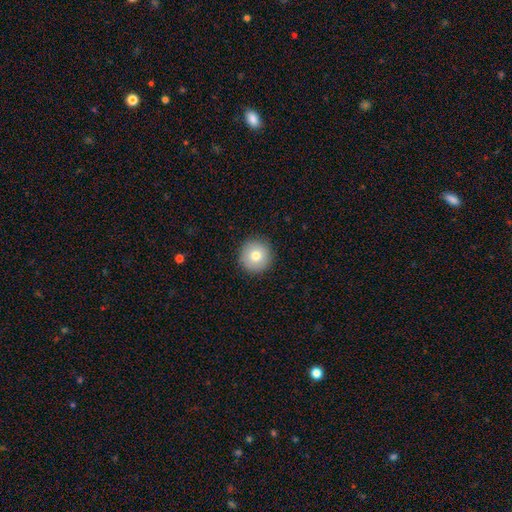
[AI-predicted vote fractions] This is likely a smooth galaxy (78%). How rounded: clearly round (96%). Merging: clearly none (91%).